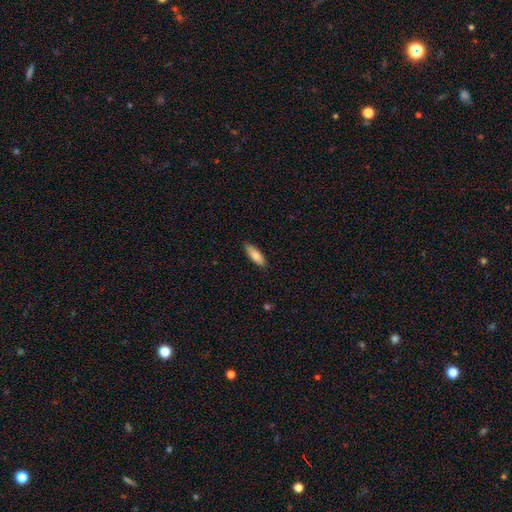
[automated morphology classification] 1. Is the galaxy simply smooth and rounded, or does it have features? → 82% smooth, 12% featured or disk, 6% star or artifact.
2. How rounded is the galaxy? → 53% in between, 46% cigar-shaped, 2% round.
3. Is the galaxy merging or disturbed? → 84% none, 13% minor disturbance, 2% major disturbance, 1% merger.